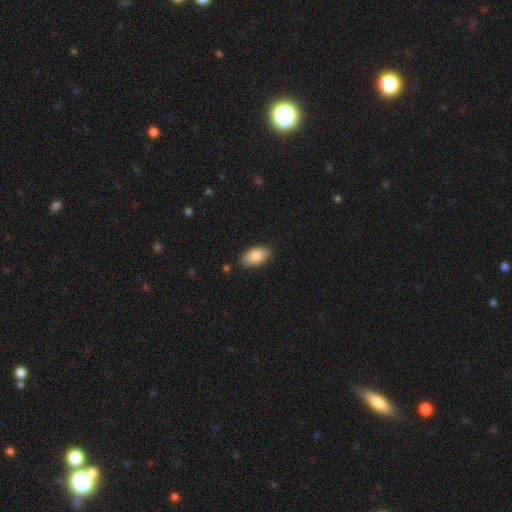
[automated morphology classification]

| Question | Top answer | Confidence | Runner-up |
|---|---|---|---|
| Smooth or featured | smooth | 84% | featured or disk (9%) |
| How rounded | in between | 94% | round (4%) |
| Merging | none | 86% | minor disturbance (11%) |